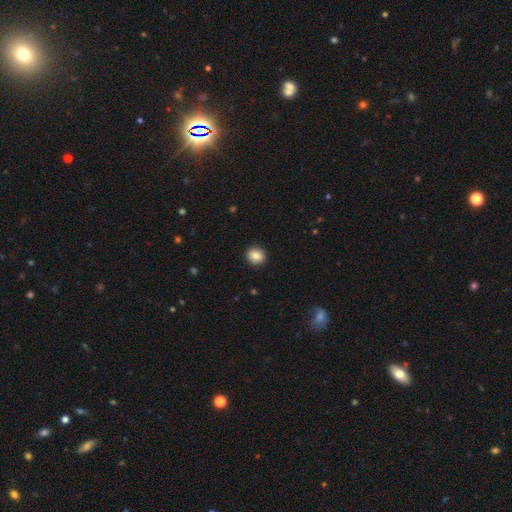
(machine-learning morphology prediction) A smooth galaxy with no disk features (85%) that is round (80%). Merging: none (91%).